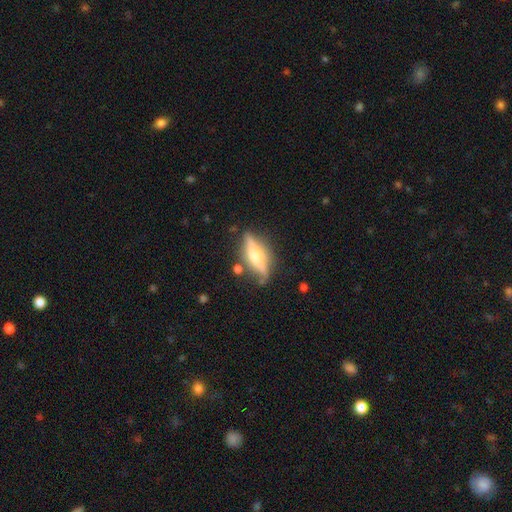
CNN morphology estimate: A featured or disk galaxy (69%) viewed edge-on (93%) with a rounded central bulge (86%).

Vote fractions:
- Smooth or featured? featured or disk: 69% / smooth: 24% / star or artifact: 6%
- Edge-on disk? yes: 93% / no: 7%
- Edge-on bulge? rounded: 86% / none: 7% / boxy: 7%
- Merging? none: 79% / minor disturbance: 14% / major disturbance: 4% / merger: 3%